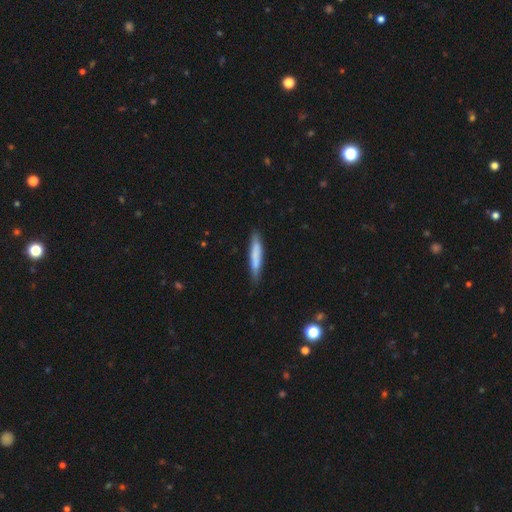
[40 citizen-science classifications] Overall: smooth (62%; featured or disk 28%). How rounded: cigar-shaped (84%). Merging: none (72%).